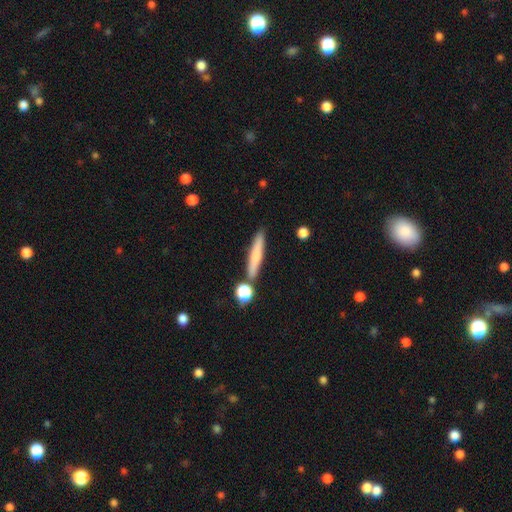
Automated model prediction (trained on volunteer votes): Smooth or featured? smooth (68%)
How rounded? cigar-shaped (92%)
Merging? none (81%)